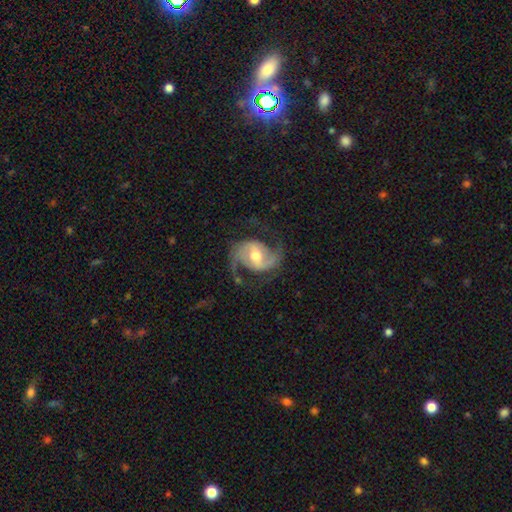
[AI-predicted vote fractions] A featured or disk galaxy (88%) with a weak bar (49%), 2 (92%) medium (49%) spiral arms (97%) and a moderate central bulge (71%). Merging: none (72%).